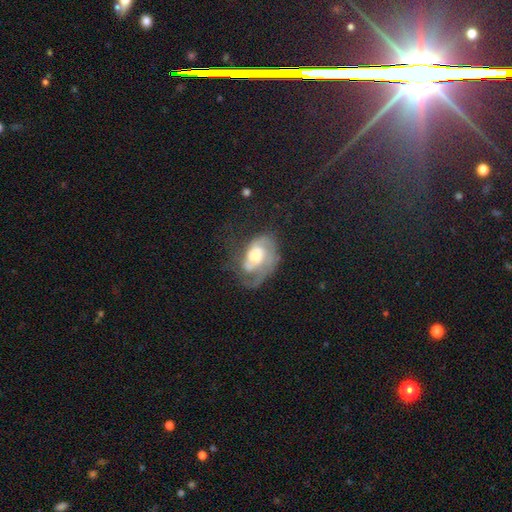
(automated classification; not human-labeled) This appears to be a featured or disk galaxy (73%) with no bar (71%), 1 (35%) tight (40%) spiral arms (85%) and a moderate central bulge (56%). Merging: none (38%).